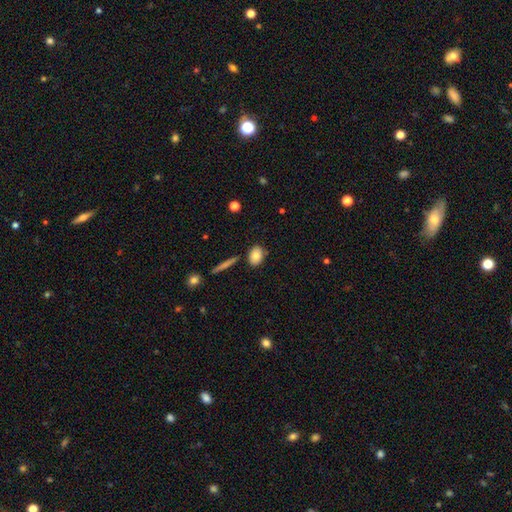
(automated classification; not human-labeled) Morphology: type=smooth (83%); roundness=in between (72%); merging=none (80%).